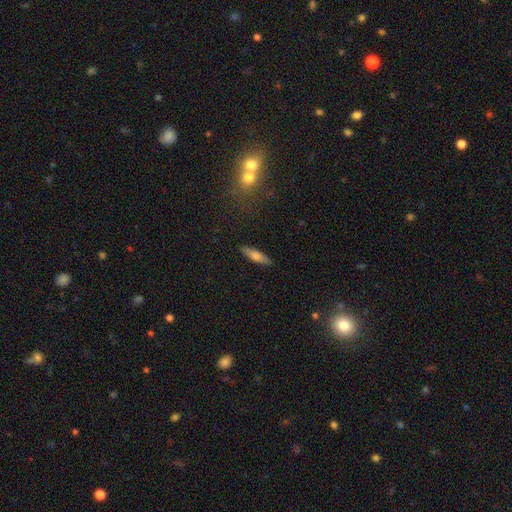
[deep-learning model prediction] Q: Smooth or featured?
A: smooth (66%); runner-up: featured or disk (27%)
Q: How rounded?
A: cigar-shaped (60%); runner-up: in between (38%)
Q: Merging?
A: none (89%); runner-up: minor disturbance (8%)